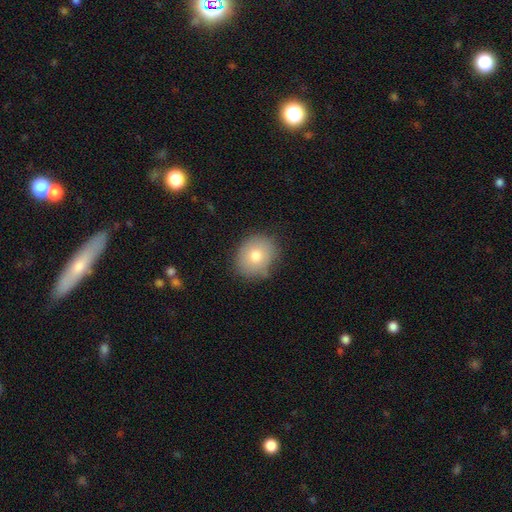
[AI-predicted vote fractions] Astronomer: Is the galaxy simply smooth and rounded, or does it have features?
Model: smooth — 77%.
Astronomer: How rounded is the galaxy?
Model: round — 68%.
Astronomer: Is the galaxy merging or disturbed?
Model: none — 78%.